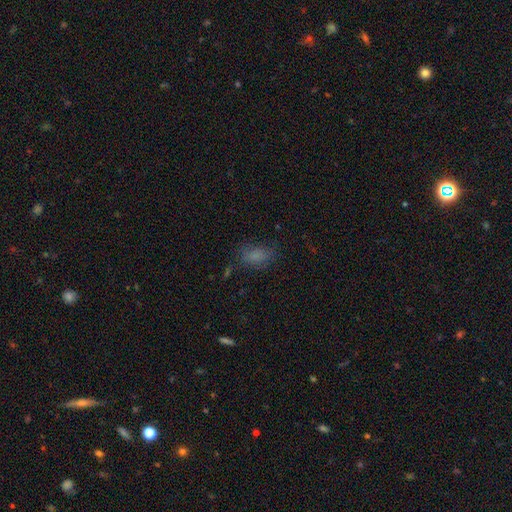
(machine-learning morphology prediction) A smooth galaxy with no disk features (75%) that is in between round and cigar-shaped (86%).

Vote fractions:
- Smooth or featured? smooth: 75% / star or artifact: 15% / featured or disk: 10%
- How rounded? in between: 86% / round: 10% / cigar-shaped: 4%
- Merging? none: 68% / minor disturbance: 20% / major disturbance: 9% / merger: 3%